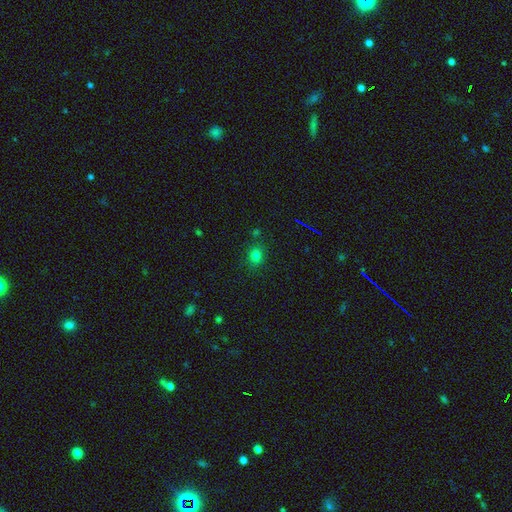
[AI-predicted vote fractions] Q: Smooth or featured?
A: smooth (75%); runner-up: star or artifact (19%)
Q: How rounded?
A: round (68%); runner-up: in between (31%)
Q: Merging?
A: none (82%); runner-up: minor disturbance (11%)